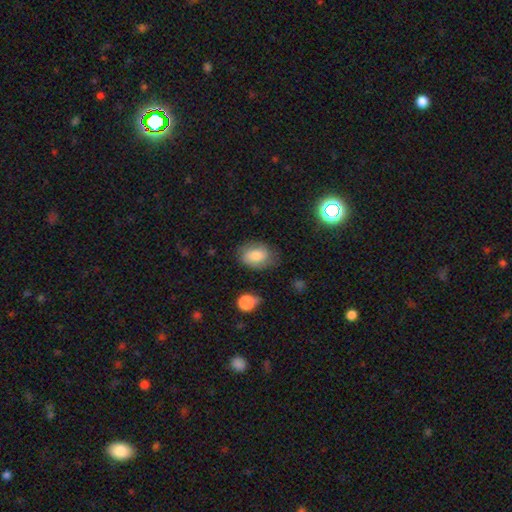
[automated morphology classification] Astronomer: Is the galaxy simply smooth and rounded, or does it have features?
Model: smooth — 77%.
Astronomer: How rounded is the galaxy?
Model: in between — 79%.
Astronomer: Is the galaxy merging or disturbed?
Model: none — 71%.